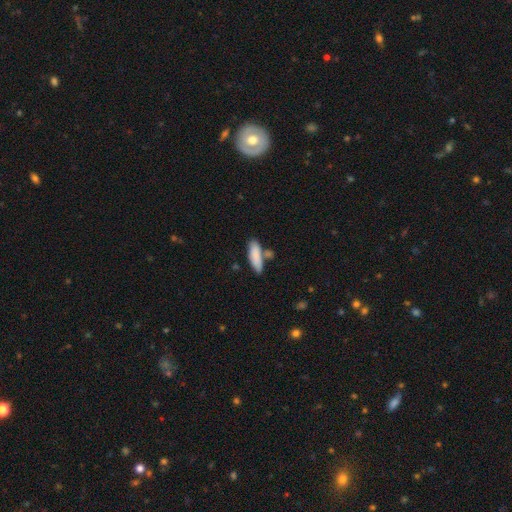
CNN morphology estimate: smooth 85%, featured or disk 9%, star or artifact 6%. Down the decision tree: how rounded — in between (53%); merging — none (63%).